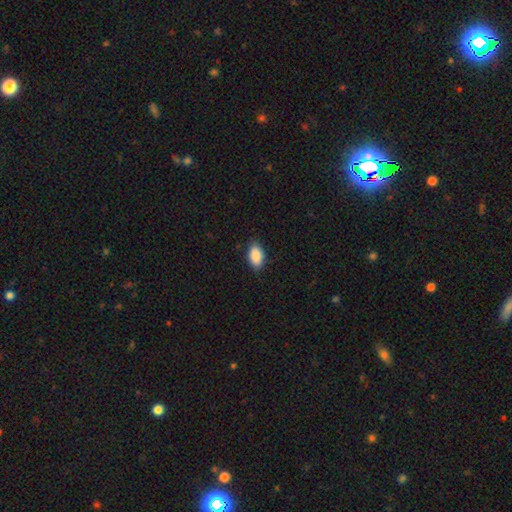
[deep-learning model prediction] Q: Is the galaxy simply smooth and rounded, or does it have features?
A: smooth — 90%.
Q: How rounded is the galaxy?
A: in between — 94%.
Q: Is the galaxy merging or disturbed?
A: none — 87%.